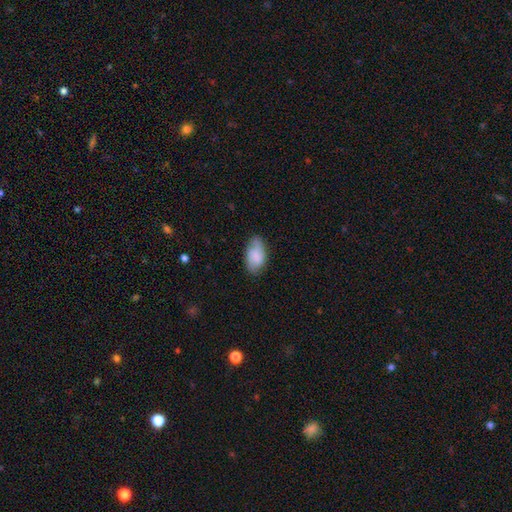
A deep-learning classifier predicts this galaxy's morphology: Smooth or featured?
  - smooth: 73% *
  - featured or disk: 20%
  - star or artifact: 7%
How rounded?
  - in between: 94% *
  - round: 4%
  - cigar-shaped: 2%
Merging?
  - none: 73% *
  - minor disturbance: 21%
  - major disturbance: 5%
  - merger: 1%